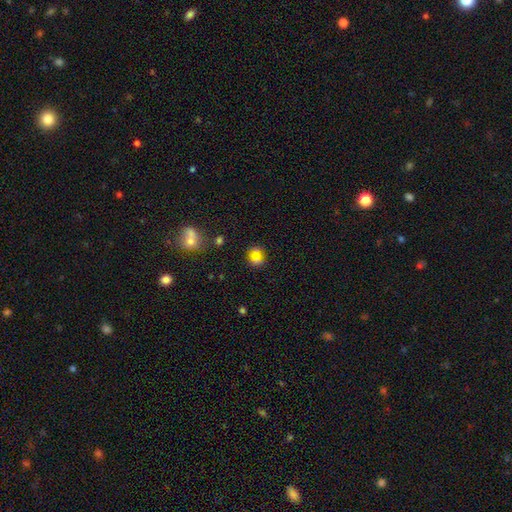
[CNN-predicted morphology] Smooth or featured? Predicted: smooth (p=0.62). How rounded? Predicted: round (p=0.83). Merging? Predicted: none (p=0.74).